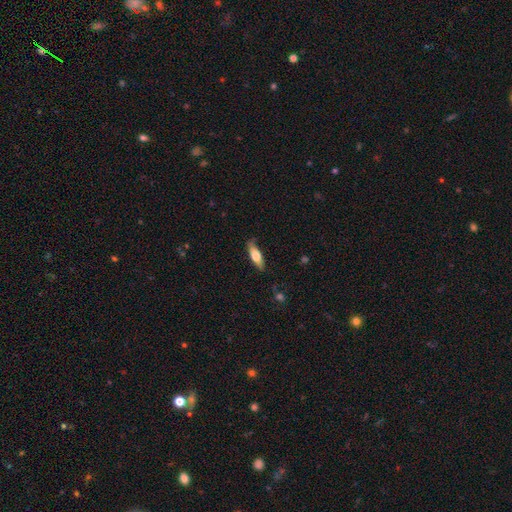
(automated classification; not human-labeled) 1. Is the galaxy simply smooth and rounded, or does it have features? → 63% smooth, 32% featured or disk, 6% star or artifact.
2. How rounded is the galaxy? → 53% in between, 45% cigar-shaped, 2% round.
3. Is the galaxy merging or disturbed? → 80% none, 16% minor disturbance, 3% major disturbance, 1% merger.